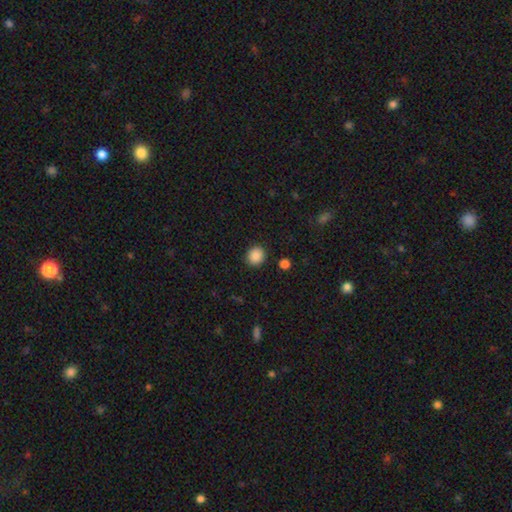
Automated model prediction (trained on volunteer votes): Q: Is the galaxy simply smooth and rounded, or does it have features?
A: smooth — 88%.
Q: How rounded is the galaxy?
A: round — 83%.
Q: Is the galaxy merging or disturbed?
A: none — 90%.